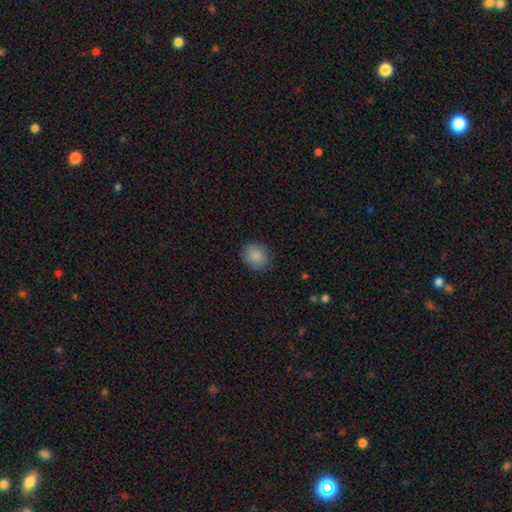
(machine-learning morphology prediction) This appears to be a smooth galaxy with no disk features (88%) that is round (68%). Merging: none (86%).